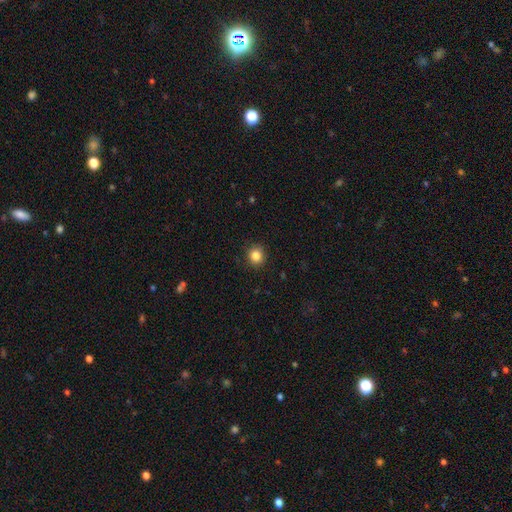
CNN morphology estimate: Smooth or featured? smooth (84%)
How rounded? round (88%)
Merging? none (90%)